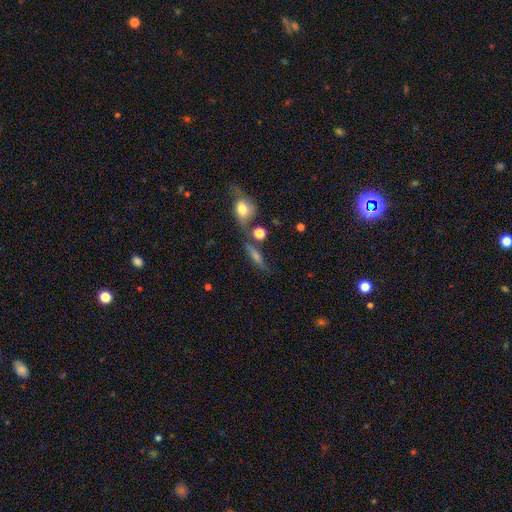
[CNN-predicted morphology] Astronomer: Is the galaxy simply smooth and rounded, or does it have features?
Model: smooth — 44% (runner-up: featured or disk, 41%).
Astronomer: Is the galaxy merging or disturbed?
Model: none — 57%.